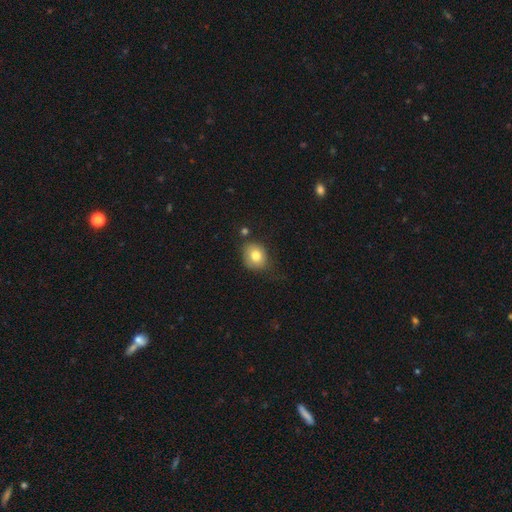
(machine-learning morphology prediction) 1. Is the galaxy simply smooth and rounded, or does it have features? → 79% smooth, 11% featured or disk, 9% star or artifact.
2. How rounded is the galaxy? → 59% round, 40% in between, 1% cigar-shaped.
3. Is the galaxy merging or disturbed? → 65% none, 24% minor disturbance, 7% major disturbance, 4% merger.